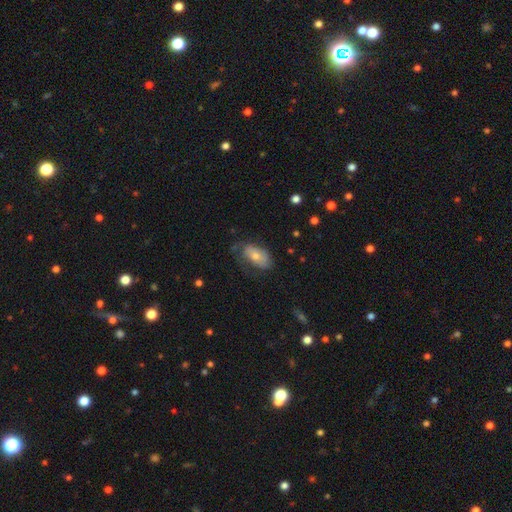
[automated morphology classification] A smooth galaxy with no disk features (62%) that is in between round and cigar-shaped (91%). Merging: none (50%).